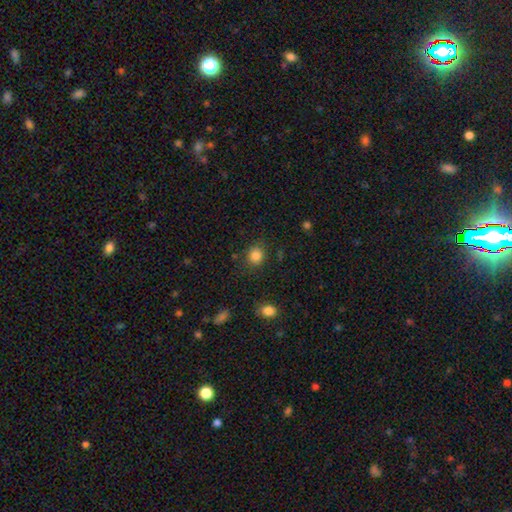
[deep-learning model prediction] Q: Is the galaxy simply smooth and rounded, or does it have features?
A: smooth — 84%.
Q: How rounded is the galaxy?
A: round — 79%.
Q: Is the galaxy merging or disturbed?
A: none — 81%.